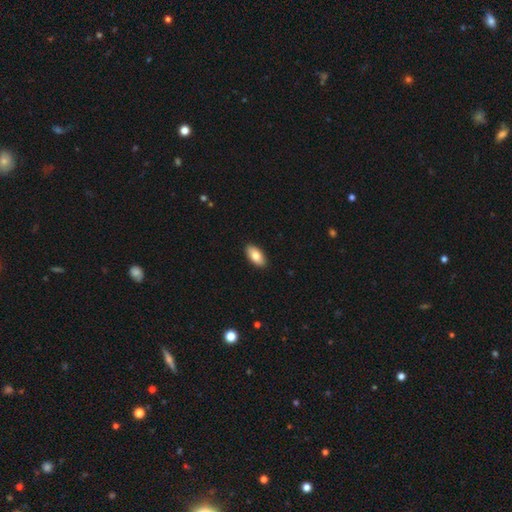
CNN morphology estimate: This appears to be a smooth galaxy with no disk features (82%) that is in between round and cigar-shaped (92%). Merging: none (90%).